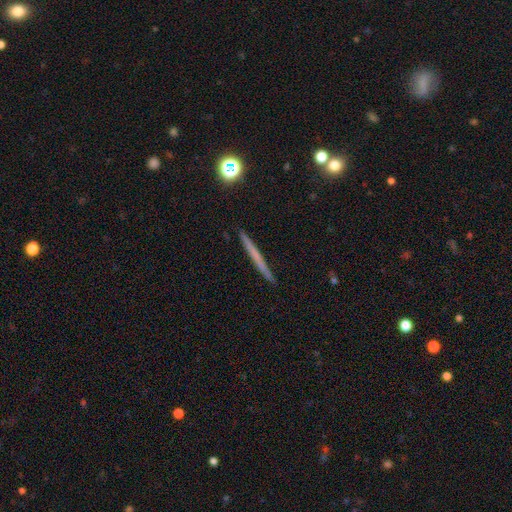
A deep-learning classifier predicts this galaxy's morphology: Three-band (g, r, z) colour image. It shows a smooth galaxy with no disk features (48%). Merging: none (91%).